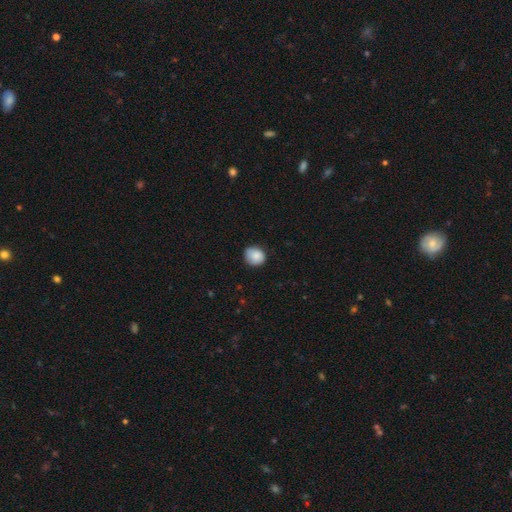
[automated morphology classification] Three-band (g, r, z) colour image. It shows a smooth galaxy with no disk features (86%) that is round (77%). Merging: none (77%).